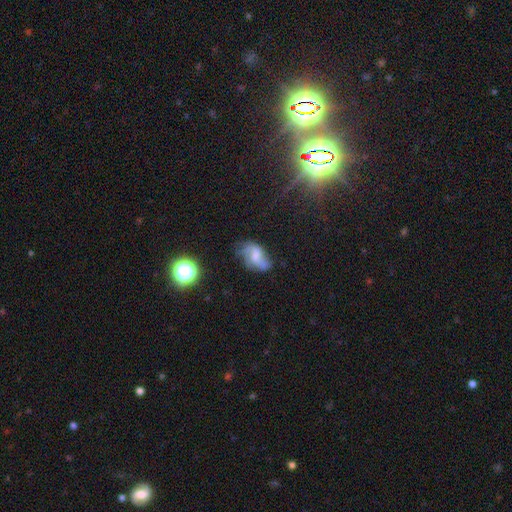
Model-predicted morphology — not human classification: Smooth or featured: featured or disk — 54% (smooth — 33%)
Edge-on disk: no — 96% (yes — 4%)
Bar: weak — 45% (no — 43%)
Spiral arms: yes — 77% (no — 23%)
Bulge size: moderate — 34% (small — 29%)
Merging: none — 44% (minor disturbance — 30%)